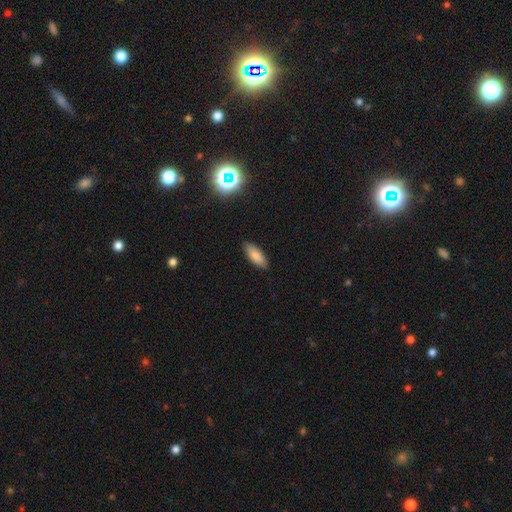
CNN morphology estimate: The model was most divided on "how rounded": in between: 74%, cigar-shaped: 24%, round: 2%. More confident: merging — none (88%); smooth or featured — smooth (84%).